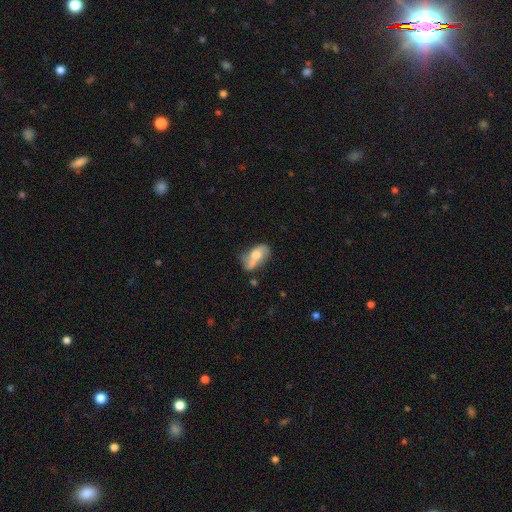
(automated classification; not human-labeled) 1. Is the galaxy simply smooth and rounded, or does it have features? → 55% featured or disk, 37% smooth, 8% star or artifact.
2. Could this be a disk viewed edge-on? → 92% no, 8% yes.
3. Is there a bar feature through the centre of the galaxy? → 61% no, 29% weak, 9% strong.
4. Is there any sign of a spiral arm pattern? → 73% yes, 27% no.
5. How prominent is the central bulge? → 54% moderate, 22% small, 14% large, 8% none, 2% dominant.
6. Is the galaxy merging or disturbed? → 44% none, 25% minor disturbance, 19% merger, 12% major disturbance.